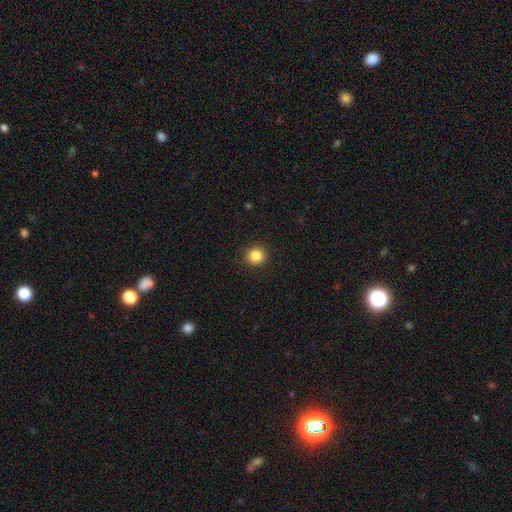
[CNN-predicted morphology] smooth 86%, star or artifact 10%, featured or disk 4%. Down the decision tree: how rounded — round (89%); merging — none (91%).